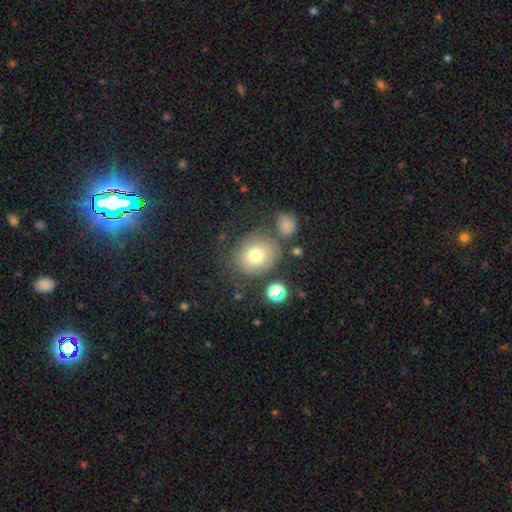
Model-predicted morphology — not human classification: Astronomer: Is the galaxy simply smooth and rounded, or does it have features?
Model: smooth — 73%.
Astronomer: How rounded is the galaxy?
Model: round — 79%.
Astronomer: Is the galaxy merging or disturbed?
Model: none — 68%.